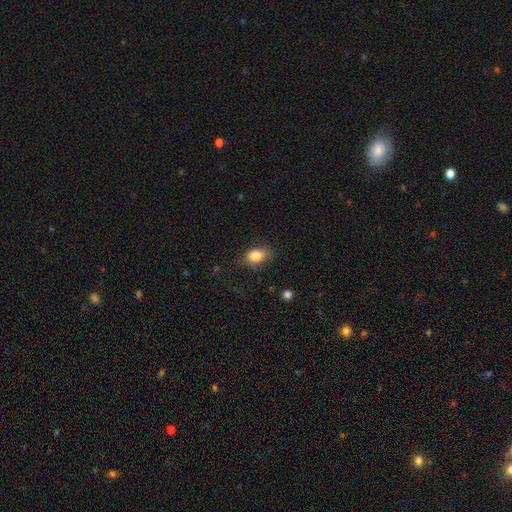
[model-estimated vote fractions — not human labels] Smooth or featured: smooth — 84% (star or artifact — 9%)
How rounded: in between — 80% (round — 18%)
Merging: none — 73% (minor disturbance — 20%)